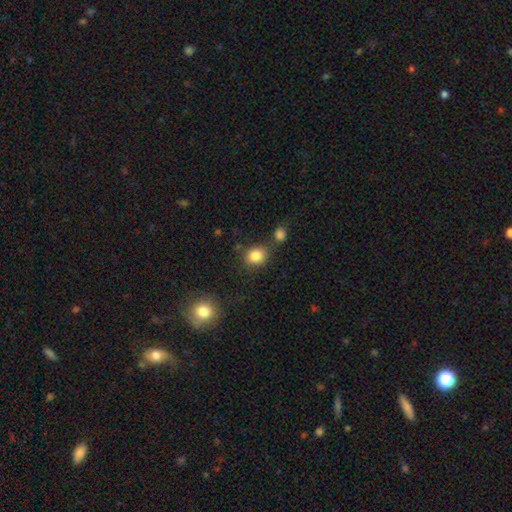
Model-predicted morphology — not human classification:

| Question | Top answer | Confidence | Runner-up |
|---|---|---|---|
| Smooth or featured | smooth | 84% | star or artifact (10%) |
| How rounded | round | 67% | in between (32%) |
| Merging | none | 71% | merger (12%) |